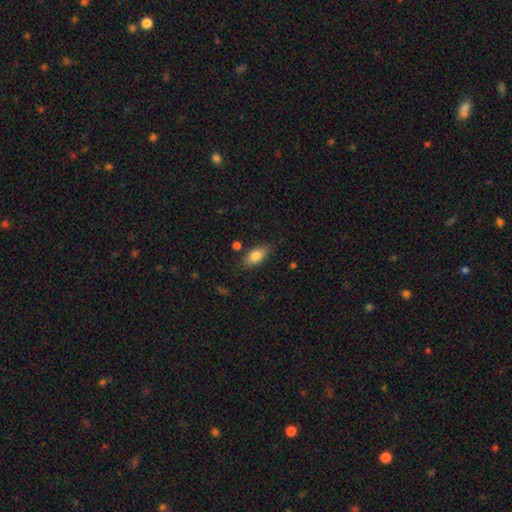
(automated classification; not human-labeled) A smooth galaxy with no disk features (81%) that is in between round and cigar-shaped (88%). Merging: none (79%).